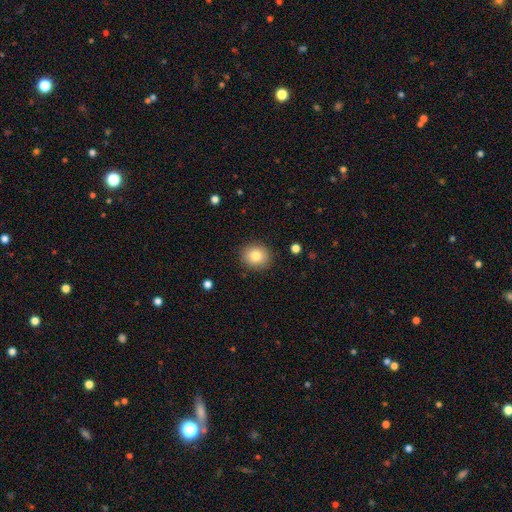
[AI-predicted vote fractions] The model was most divided on "how rounded": round: 77%, in between: 22%, cigar-shaped: 1%. More confident: merging — none (89%); smooth or featured — smooth (82%).